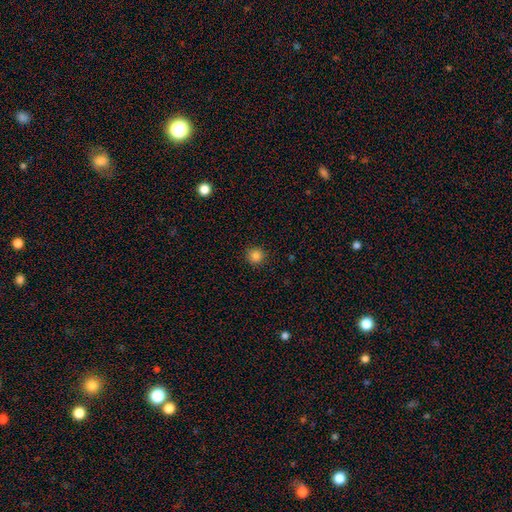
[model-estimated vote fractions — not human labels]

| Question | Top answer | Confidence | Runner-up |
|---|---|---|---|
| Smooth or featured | smooth | 85% | star or artifact (12%) |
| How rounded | round | 94% | in between (5%) |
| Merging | none | 91% | minor disturbance (6%) |